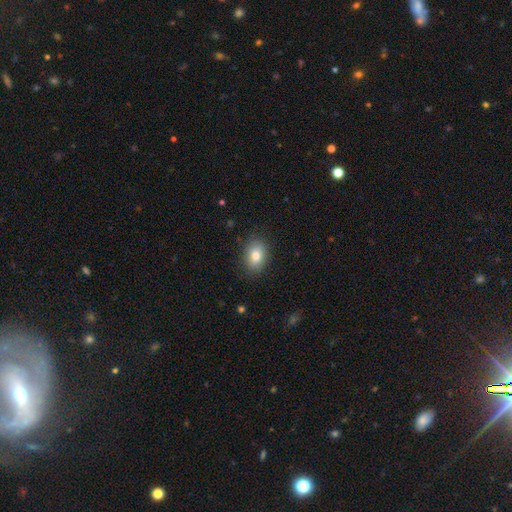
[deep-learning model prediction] Smooth or featured?
  - smooth: 81% *
  - featured or disk: 10%
  - star or artifact: 8%
How rounded?
  - in between: 79% *
  - round: 20%
  - cigar-shaped: 1%
Merging?
  - none: 86% *
  - minor disturbance: 11%
  - major disturbance: 3%
  - merger: 1%